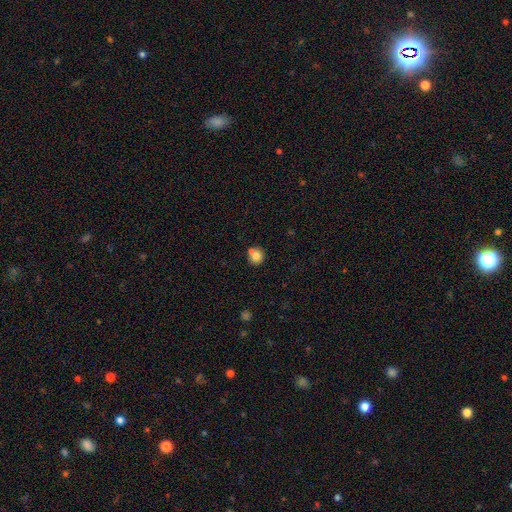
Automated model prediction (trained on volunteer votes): smooth 78%, featured or disk 11%, star or artifact 10%. Down the decision tree: how rounded — round (87%); merging — none (59%).